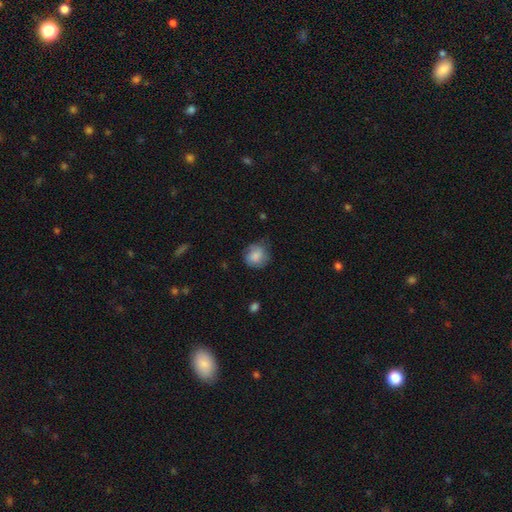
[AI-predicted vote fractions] Smooth or featured: smooth — 77% (featured or disk — 15%)
How rounded: round — 81% (in between — 18%)
Merging: none — 65% (minor disturbance — 26%)